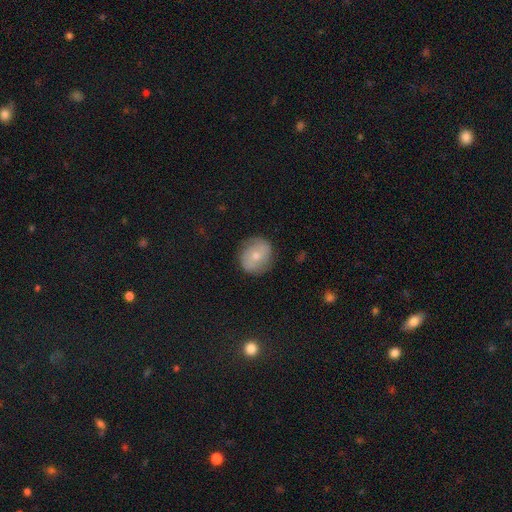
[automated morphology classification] smooth-or-featured: featured or disk: 48% | smooth: 44% | star or artifact: 8%
  merging: none: 80% | minor disturbance: 15% | major disturbance: 4% | merger: 1%